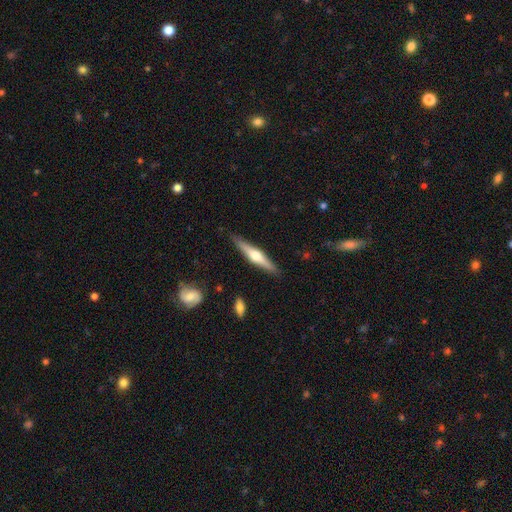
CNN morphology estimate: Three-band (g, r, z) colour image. It shows a featured or disk galaxy (64%) viewed edge-on (97%) with a rounded central bulge (90%). Merging: none (88%).